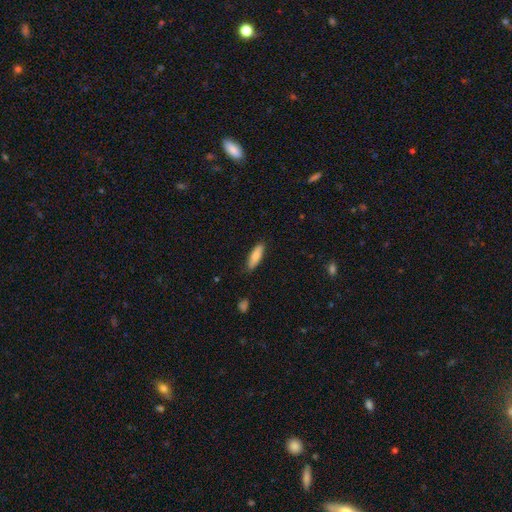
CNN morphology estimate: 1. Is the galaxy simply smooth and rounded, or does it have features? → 81% smooth, 13% featured or disk, 6% star or artifact.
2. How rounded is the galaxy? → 52% cigar-shaped, 47% in between, 2% round.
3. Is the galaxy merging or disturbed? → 84% none, 13% minor disturbance, 2% major disturbance, 1% merger.